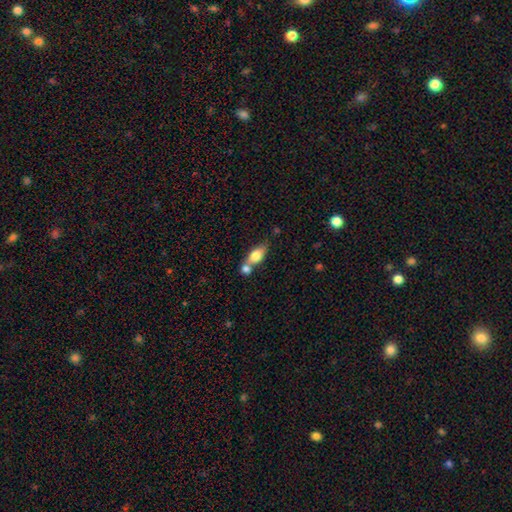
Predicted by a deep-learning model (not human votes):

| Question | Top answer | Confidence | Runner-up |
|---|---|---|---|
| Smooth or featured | smooth | 76% | featured or disk (17%) |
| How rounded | in between | 78% | round (12%) |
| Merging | merger | 53% | none (33%) |